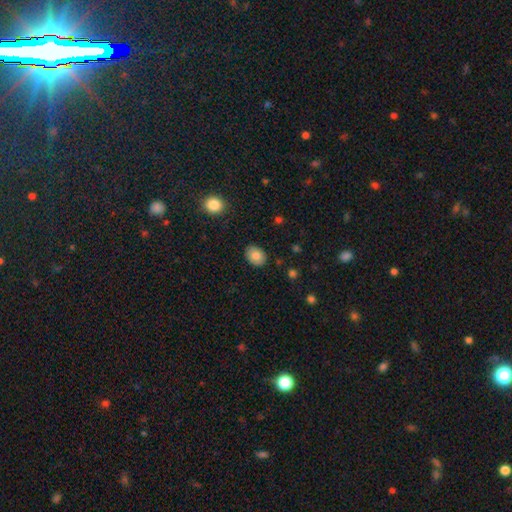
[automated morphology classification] Overall: smooth (82%). How rounded: in between (66%; round 33%). Merging: none (87%).